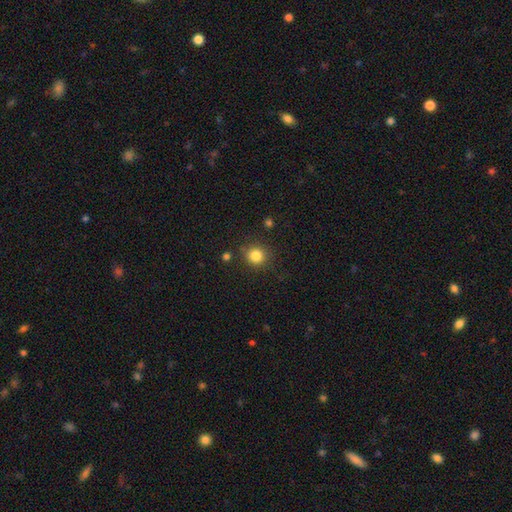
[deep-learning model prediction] Morphology: type=smooth (83%); roundness=round (89%); merging=none (84%).